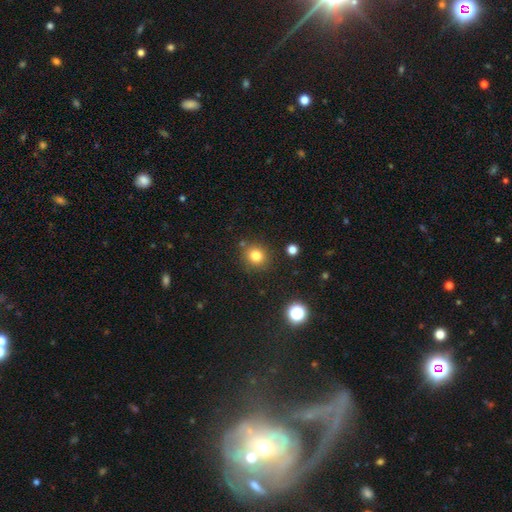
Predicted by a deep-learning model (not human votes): Smooth or featured? smooth (81%)
How rounded? round (84%)
Merging? none (83%)